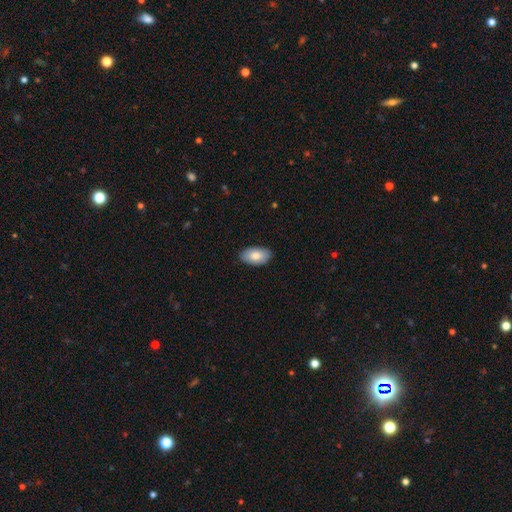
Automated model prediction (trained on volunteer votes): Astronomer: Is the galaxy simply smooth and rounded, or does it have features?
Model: smooth — 81%.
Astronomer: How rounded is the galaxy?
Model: in between — 95%.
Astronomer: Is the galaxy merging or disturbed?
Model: none — 88%.